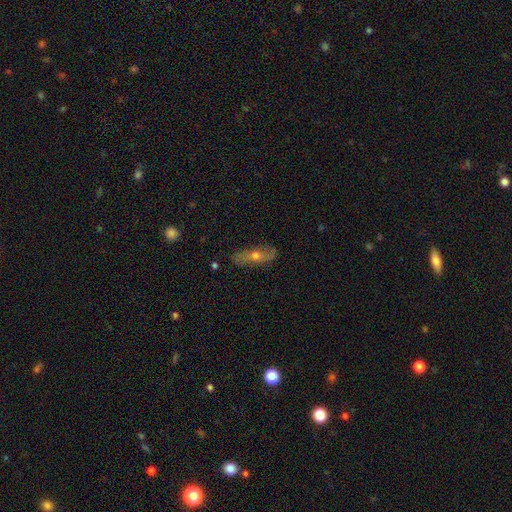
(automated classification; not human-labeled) This appears to be a featured or disk galaxy (56%) viewed edge-on (52%). Merging: none (79%).